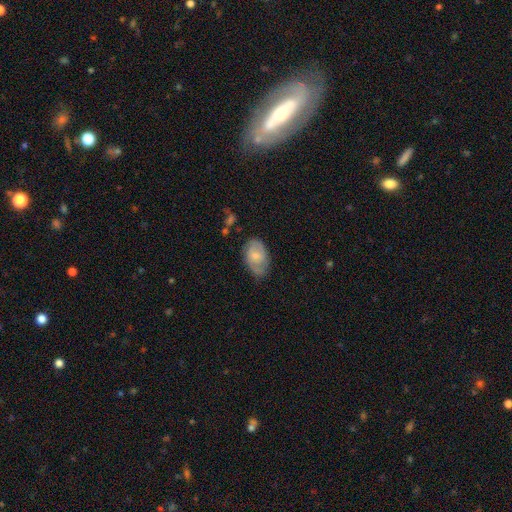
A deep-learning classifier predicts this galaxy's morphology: A smooth galaxy with no disk features (48%). Merging: none (65%).